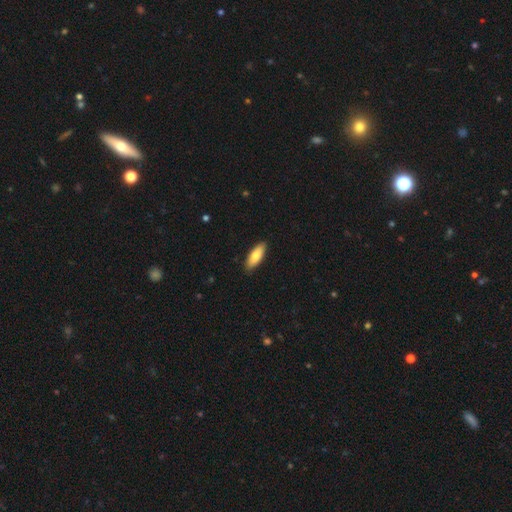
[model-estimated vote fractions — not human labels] Smooth or featured?
  - smooth: 80% *
  - featured or disk: 14%
  - star or artifact: 6%
How rounded?
  - in between: 70% *
  - cigar-shaped: 28%
  - round: 2%
Merging?
  - none: 89% *
  - minor disturbance: 9%
  - major disturbance: 2%
  - merger: 1%